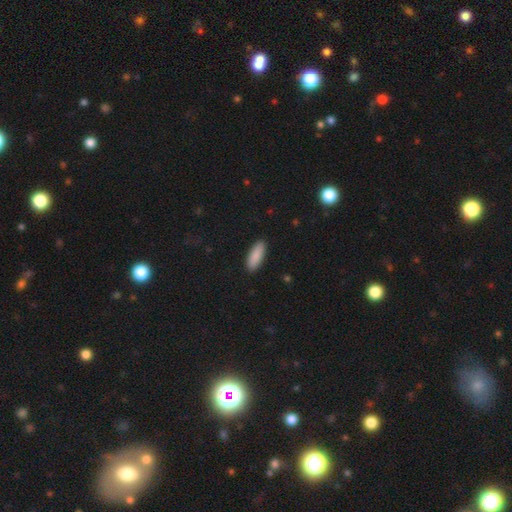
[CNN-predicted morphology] smooth 90%, star or artifact 5%, featured or disk 4%. Down the decision tree: how rounded — in between (73%); merging — none (90%).